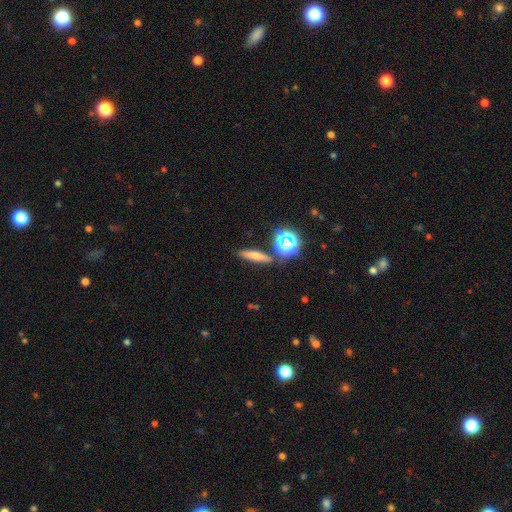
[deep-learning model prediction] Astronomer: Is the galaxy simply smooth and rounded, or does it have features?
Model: smooth — 60%.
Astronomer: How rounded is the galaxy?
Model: cigar-shaped — 72%.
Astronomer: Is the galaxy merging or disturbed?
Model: none — 83%.